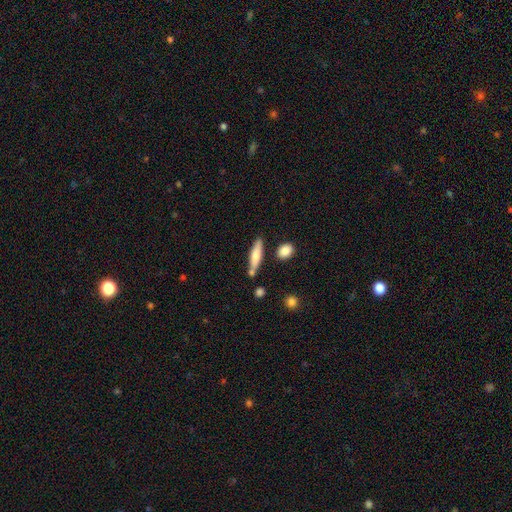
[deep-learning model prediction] Overall: smooth (70%). How rounded: cigar-shaped (69%). Merging: none (71%).